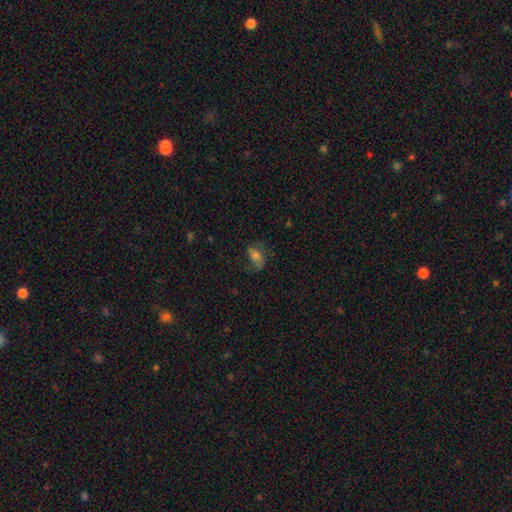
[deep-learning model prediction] Smooth or featured? smooth (53%)
How rounded? in between (82%)
Merging? none (49%)